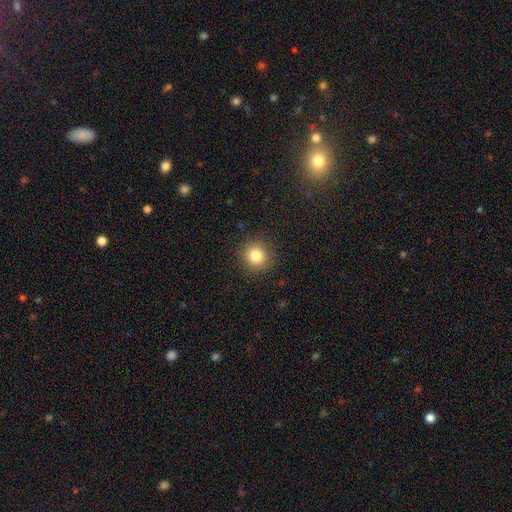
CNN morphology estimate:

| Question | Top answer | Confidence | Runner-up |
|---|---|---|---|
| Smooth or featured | smooth | 84% | star or artifact (11%) |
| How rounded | round | 91% | in between (8%) |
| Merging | none | 90% | minor disturbance (7%) |